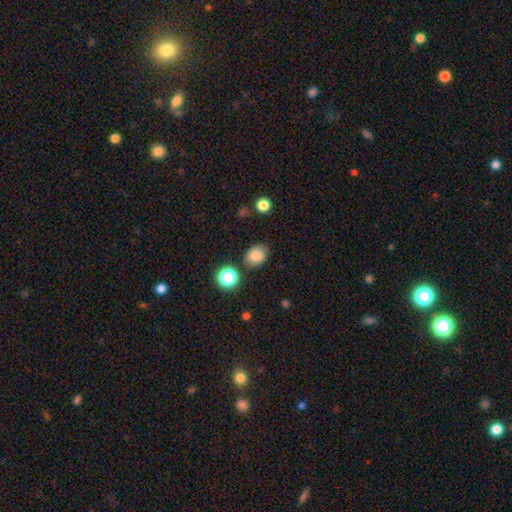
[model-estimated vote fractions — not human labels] Smooth or featured? Predicted: smooth (p=0.83). How rounded? Predicted: in between (p=0.57). Merging? Predicted: none (p=0.78).